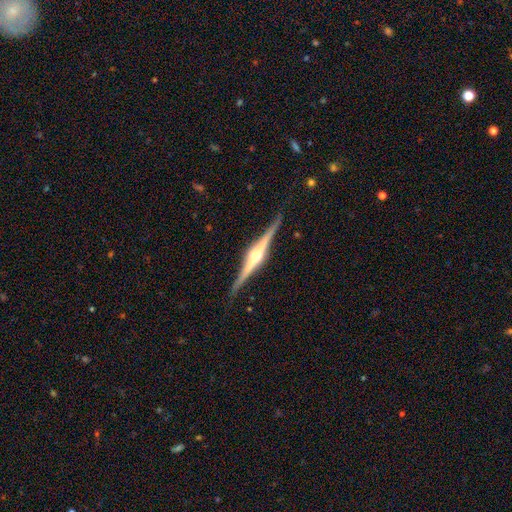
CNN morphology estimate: Smooth or featured? featured or disk (86%)
Edge-on disk? yes (99%)
Edge-on bulge? rounded (93%)
Merging? none (89%)